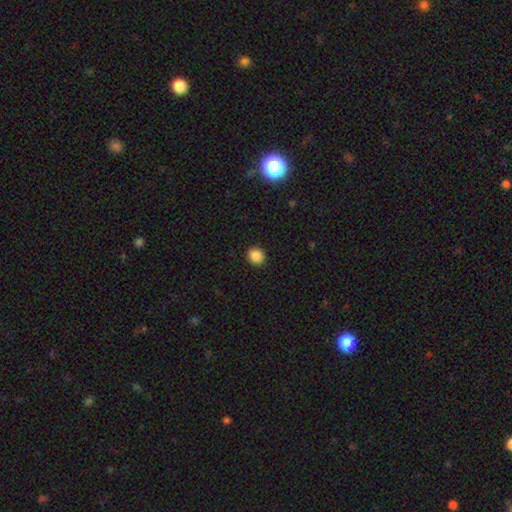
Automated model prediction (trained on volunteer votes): Smooth or featured? Predicted: smooth (p=0.86). How rounded? Predicted: round (p=0.83). Merging? Predicted: none (p=0.92).